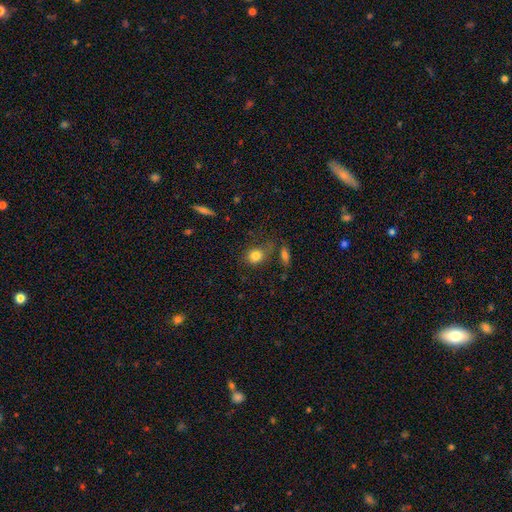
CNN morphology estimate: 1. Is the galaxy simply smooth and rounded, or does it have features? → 82% smooth, 10% star or artifact, 8% featured or disk.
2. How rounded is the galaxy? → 63% round, 36% in between, 2% cigar-shaped.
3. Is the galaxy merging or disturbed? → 65% none, 18% minor disturbance, 9% merger, 8% major disturbance.